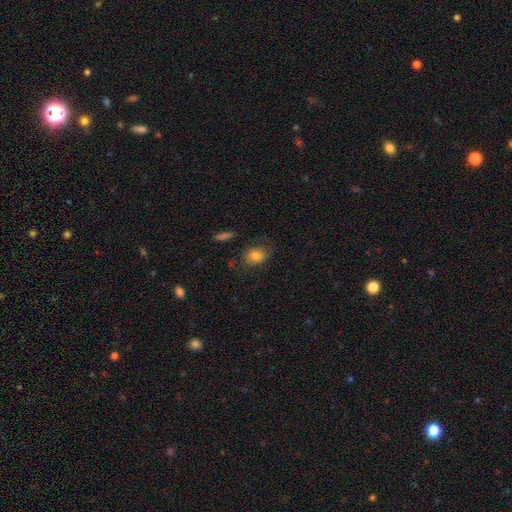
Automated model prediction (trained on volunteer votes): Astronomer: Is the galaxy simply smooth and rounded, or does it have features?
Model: smooth — 73%.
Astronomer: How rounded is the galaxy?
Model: in between — 61% (runner-up: round, 38%).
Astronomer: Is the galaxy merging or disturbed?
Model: none — 72%.